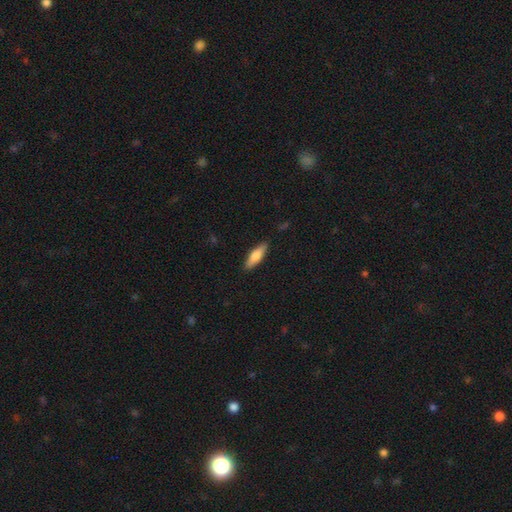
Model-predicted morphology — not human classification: This appears to be a smooth galaxy with no disk features (70%) that is cigar-shaped (56%). Merging: none (88%).